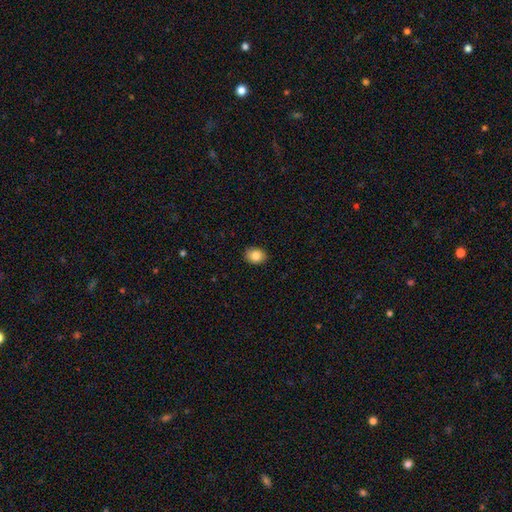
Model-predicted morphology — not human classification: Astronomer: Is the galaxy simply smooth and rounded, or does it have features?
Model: smooth — 84%.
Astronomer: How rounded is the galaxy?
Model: in between — 52% (runner-up: round, 47%).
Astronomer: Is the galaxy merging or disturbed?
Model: none — 89%.